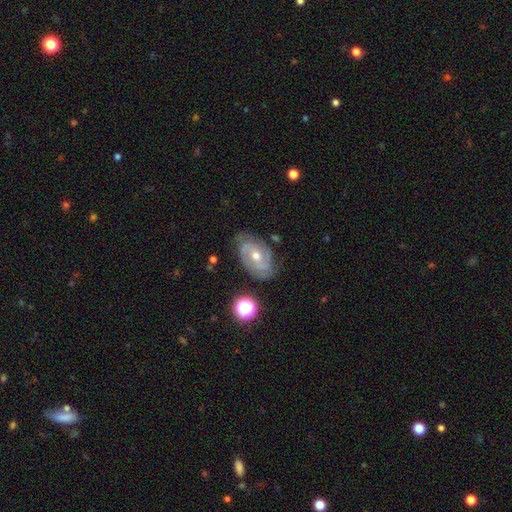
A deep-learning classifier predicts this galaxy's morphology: featured or disk 84%, smooth 9%, star or artifact 7%. Down the decision tree: edge-on disk — no (96%); bar — no (53%); spiral arms — yes (95%); spiral arm count — 2 (72%); spiral winding — tight (50%); bulge size — moderate (62%); merging — none (77%).